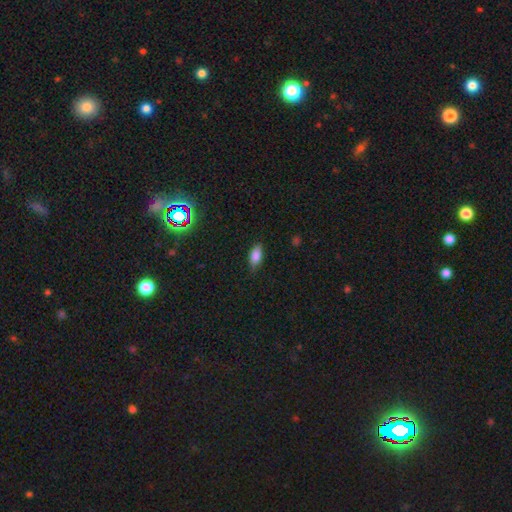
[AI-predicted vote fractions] The model was most divided on "merging": none: 80%, minor disturbance: 16%, major disturbance: 3%, merger: 1%. More confident: how rounded — in between (87%); smooth or featured — smooth (80%).